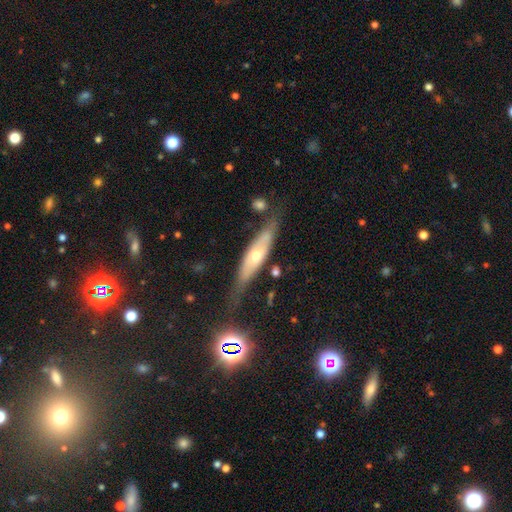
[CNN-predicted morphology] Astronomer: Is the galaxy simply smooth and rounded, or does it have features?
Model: featured or disk — 58% (runner-up: smooth, 34%).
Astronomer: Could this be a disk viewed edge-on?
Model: yes — 69%.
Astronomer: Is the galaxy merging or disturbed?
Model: none — 69%.